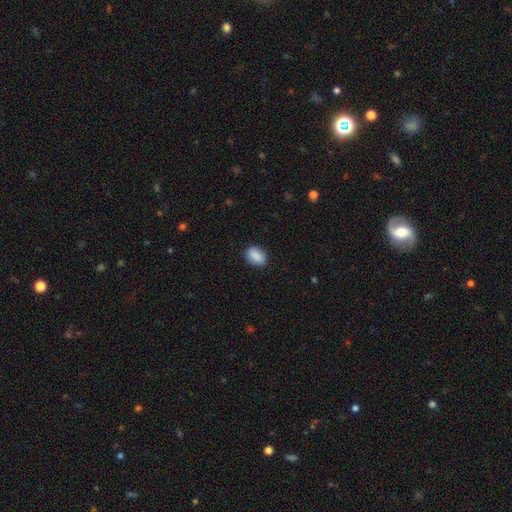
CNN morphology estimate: smooth 88%, star or artifact 7%, featured or disk 5%. Down the decision tree: how rounded — in between (74%); merging — none (87%).